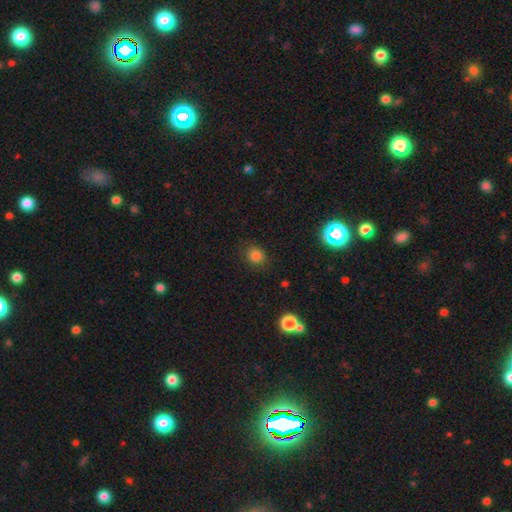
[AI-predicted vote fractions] This appears to be a smooth galaxy with no disk features (80%) that is round (70%). Merging: none (82%).